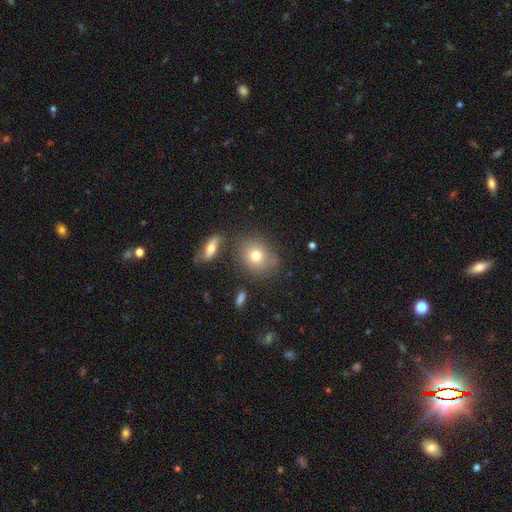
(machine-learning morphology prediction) Smooth or featured?
  - smooth: 74% *
  - featured or disk: 15%
  - star or artifact: 11%
How rounded?
  - round: 59% *
  - in between: 40%
  - cigar-shaped: 1%
Merging?
  - none: 72% *
  - minor disturbance: 15%
  - merger: 8%
  - major disturbance: 5%